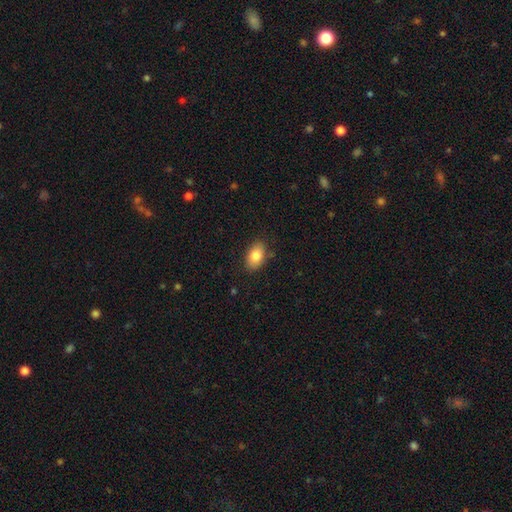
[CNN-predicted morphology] A smooth galaxy with no disk features (83%) that is in between round and cigar-shaped (90%).

Vote fractions:
- Smooth or featured? smooth: 83% / featured or disk: 9% / star or artifact: 8%
- How rounded? in between: 90% / round: 9% / cigar-shaped: 2%
- Merging? none: 84% / minor disturbance: 12% / major disturbance: 3% / merger: 1%